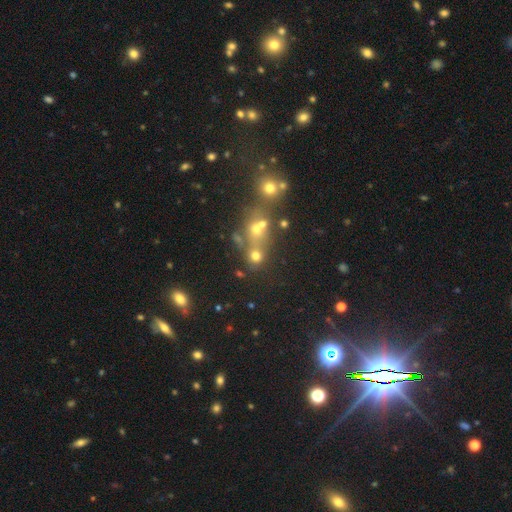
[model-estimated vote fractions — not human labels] Smooth or featured? Predicted: smooth (p=0.62). How rounded? Predicted: round (p=0.79). Merging? Predicted: none (p=0.50).